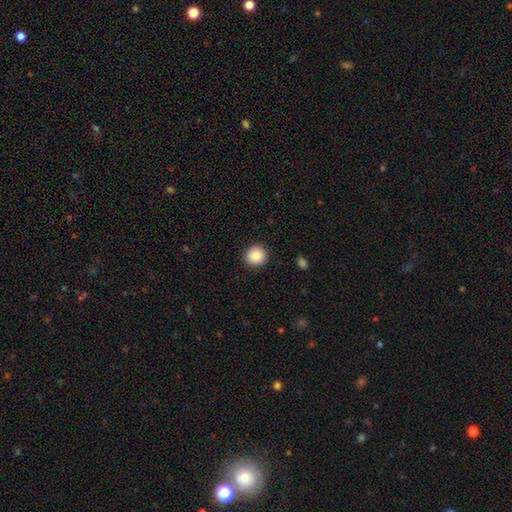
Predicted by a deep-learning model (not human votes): Overall: smooth (88%). How rounded: round (92%). Merging: none (92%).